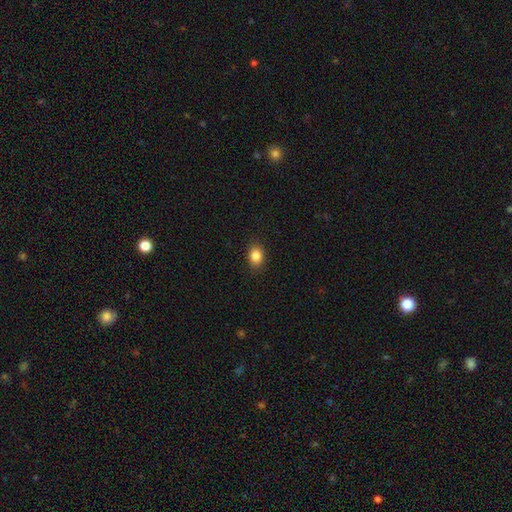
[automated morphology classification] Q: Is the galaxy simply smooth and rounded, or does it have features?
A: smooth — 85%.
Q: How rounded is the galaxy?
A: in between — 63%.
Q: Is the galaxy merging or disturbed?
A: none — 88%.